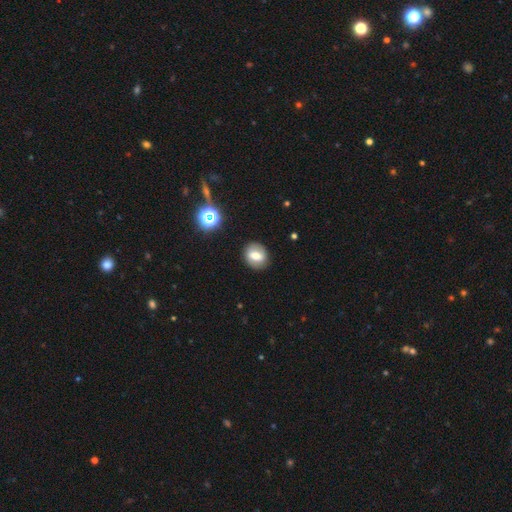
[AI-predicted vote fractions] smooth 58%, featured or disk 31%, star or artifact 11%. Down the decision tree: how rounded — round (59%); merging — none (86%).